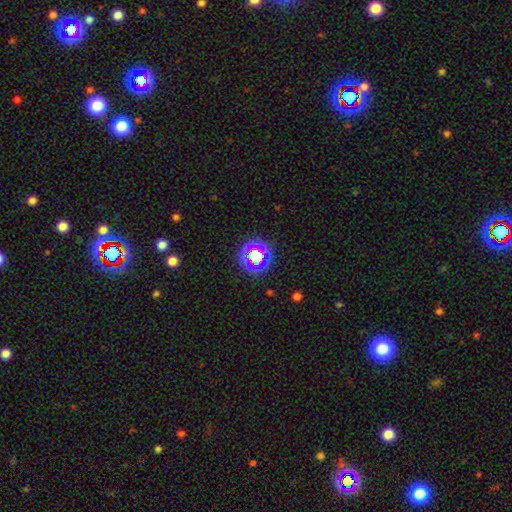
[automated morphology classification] star or artifact 56%, smooth 31%, featured or disk 13%.